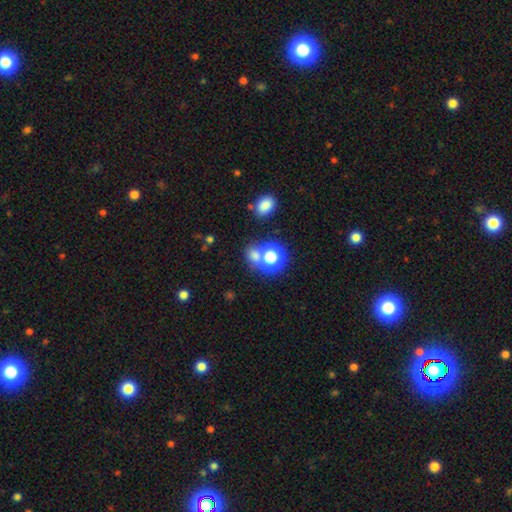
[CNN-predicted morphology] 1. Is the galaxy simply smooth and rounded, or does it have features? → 62% smooth, 31% star or artifact, 7% featured or disk.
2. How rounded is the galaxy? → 68% round, 31% in between, 1% cigar-shaped.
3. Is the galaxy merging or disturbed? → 59% none, 27% merger, 9% minor disturbance, 5% major disturbance.